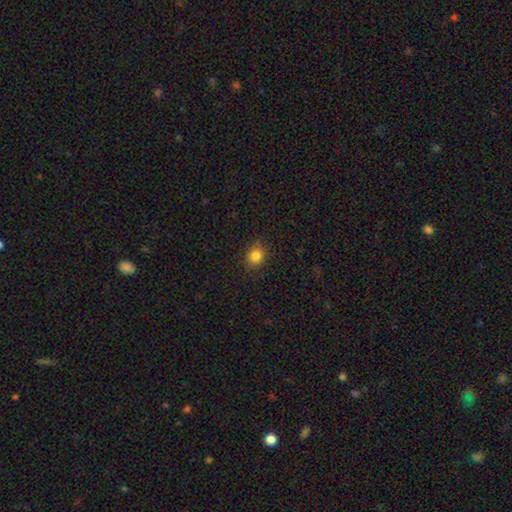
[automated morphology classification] A smooth galaxy with no disk features (84%) that is round (71%).

Vote fractions:
- Smooth or featured? smooth: 84% / star or artifact: 11% / featured or disk: 5%
- How rounded? round: 71% / in between: 28% / cigar-shaped: 1%
- Merging? none: 86% / minor disturbance: 10% / major disturbance: 3% / merger: 1%